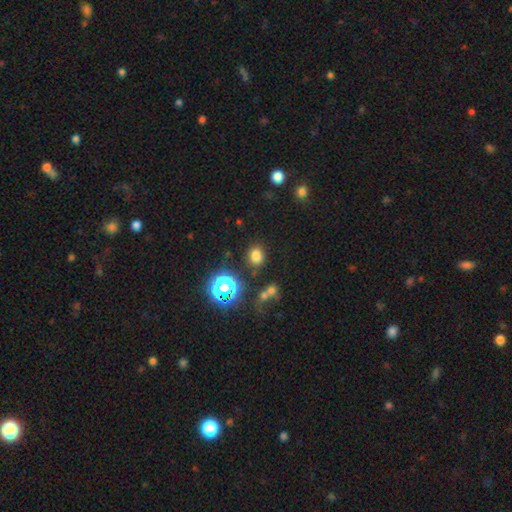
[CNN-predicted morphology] smooth 73%, star or artifact 21%, featured or disk 6%. Down the decision tree: how rounded — round (59%); merging — none (82%).